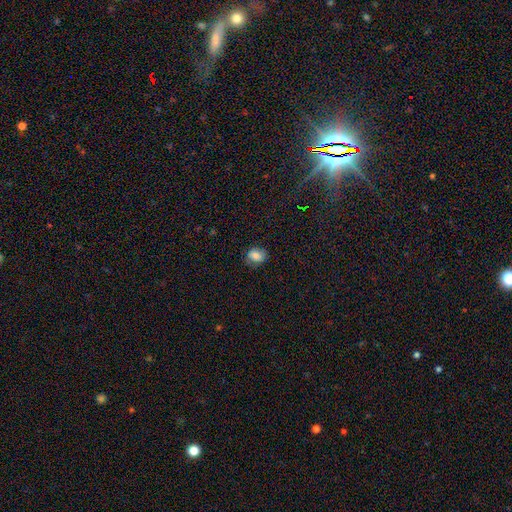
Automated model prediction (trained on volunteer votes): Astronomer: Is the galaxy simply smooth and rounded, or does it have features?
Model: smooth — 81%.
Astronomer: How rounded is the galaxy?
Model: in between — 58% (runner-up: round, 41%).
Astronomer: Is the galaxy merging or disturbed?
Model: none — 77%.